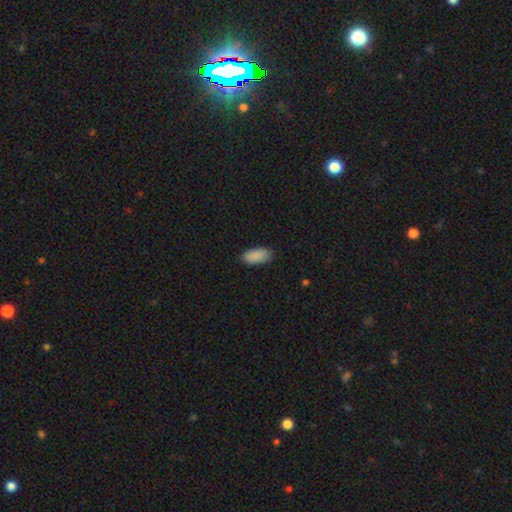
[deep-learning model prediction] Smooth or featured? smooth (90%)
How rounded? in between (91%)
Merging? none (86%)